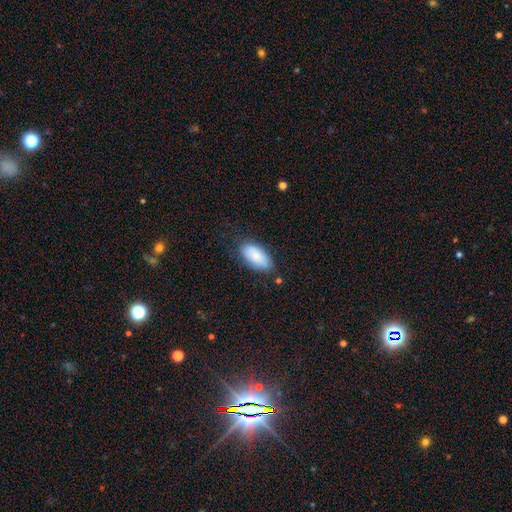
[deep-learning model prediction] Smooth or featured? Predicted: smooth (p=0.81). How rounded? Predicted: in between (p=0.92). Merging? Predicted: none (p=0.75).